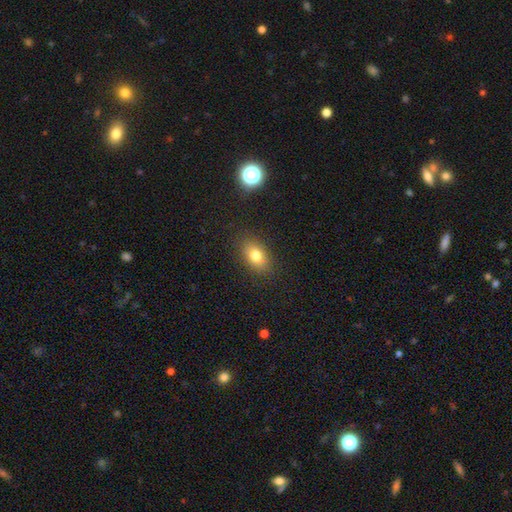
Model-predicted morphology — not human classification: Smooth or featured? smooth (79%)
How rounded? in between (84%)
Merging? none (87%)